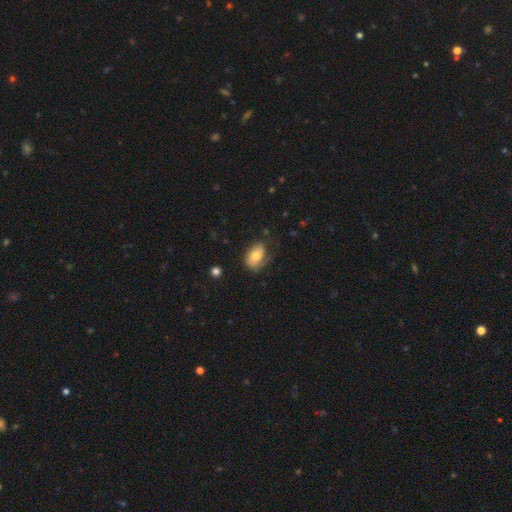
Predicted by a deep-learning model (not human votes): This appears to be a smooth galaxy with no disk features (72%) that is in between round and cigar-shaped (90%). Merging: none (59%).